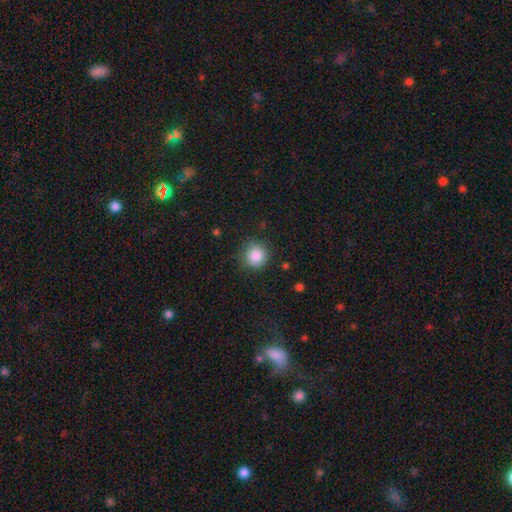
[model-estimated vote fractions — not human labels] smooth 86%, star or artifact 10%, featured or disk 5%. Down the decision tree: how rounded — round (92%); merging — none (83%).